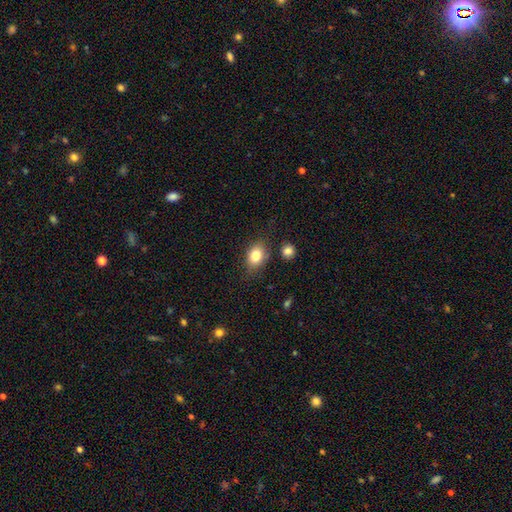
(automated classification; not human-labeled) Smooth or featured: smooth — 81% (featured or disk — 10%)
How rounded: in between — 70% (round — 28%)
Merging: none — 75% (minor disturbance — 16%)